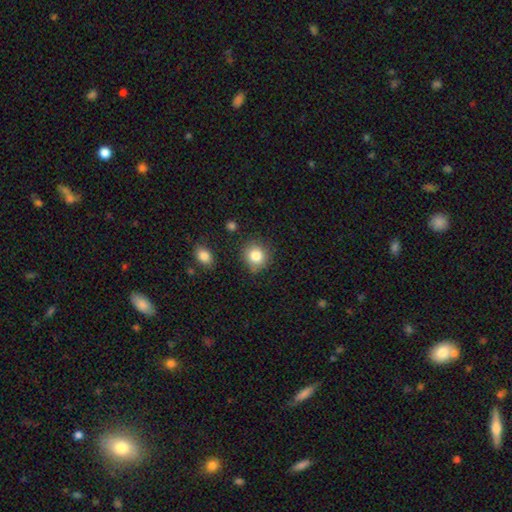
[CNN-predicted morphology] Smooth or featured? Predicted: smooth (p=0.83). How rounded? Predicted: round (p=0.85). Merging? Predicted: none (p=0.81).